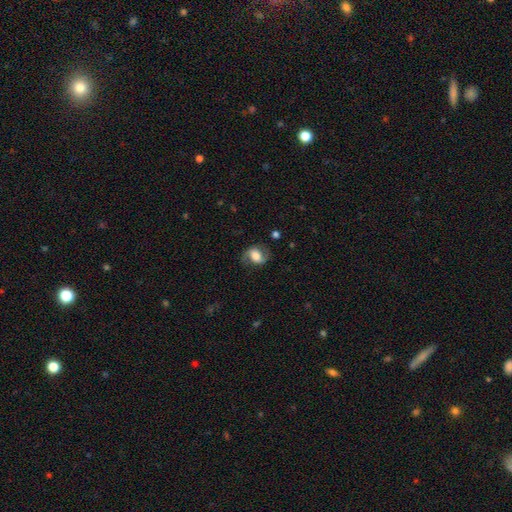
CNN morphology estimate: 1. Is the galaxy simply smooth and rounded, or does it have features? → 56% featured or disk, 36% smooth, 8% star or artifact.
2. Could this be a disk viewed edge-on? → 96% no, 4% yes.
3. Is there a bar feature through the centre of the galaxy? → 41% no, 37% weak, 21% strong.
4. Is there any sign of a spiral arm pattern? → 88% yes, 12% no.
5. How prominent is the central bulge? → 39% large (tied), 39% moderate (tied), 10% small, 8% dominant, 4% none.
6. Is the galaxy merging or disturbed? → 73% none, 17% minor disturbance, 9% major disturbance, 1% merger.